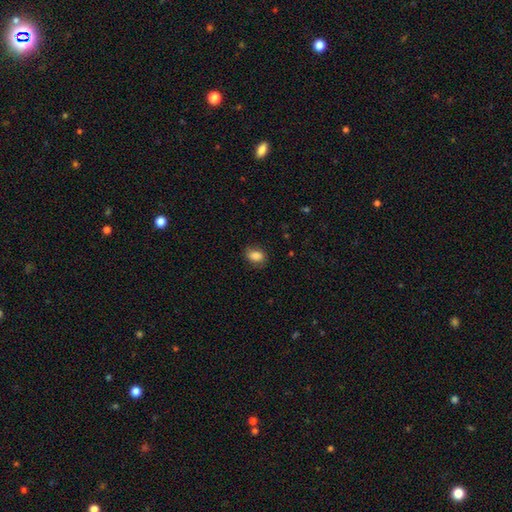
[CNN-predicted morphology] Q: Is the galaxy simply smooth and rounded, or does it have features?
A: smooth — 85%.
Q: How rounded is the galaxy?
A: in between — 77%.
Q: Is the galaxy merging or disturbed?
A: none — 80%.